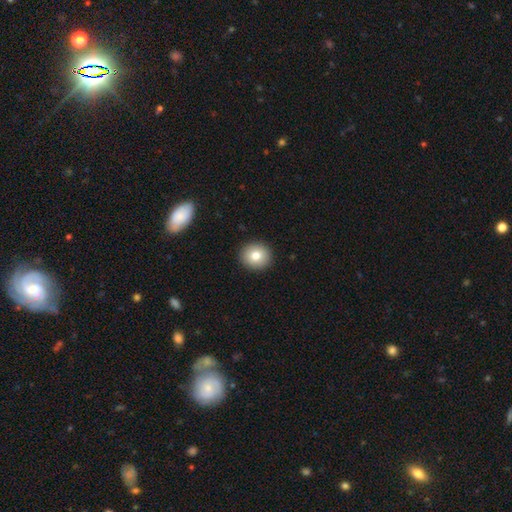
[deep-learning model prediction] A smooth galaxy with no disk features (79%) that is round (89%).

Vote fractions:
- Smooth or featured? smooth: 79% / featured or disk: 11% / star or artifact: 10%
- How rounded? round: 89% / in between: 10% / cigar-shaped: 1%
- Merging? none: 92% / minor disturbance: 5% / major disturbance: 2% / merger: 1%